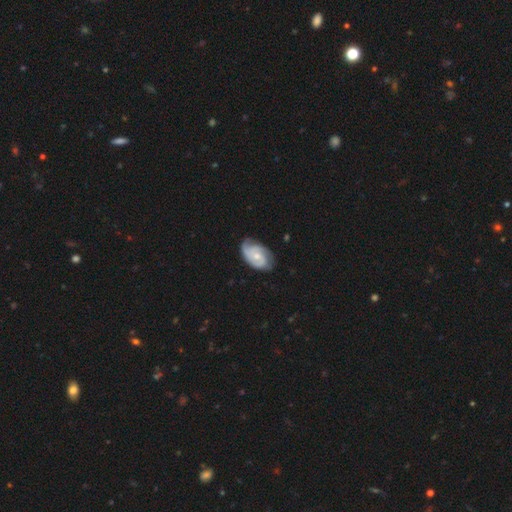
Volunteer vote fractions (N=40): Morphology: type=featured or disk (78%); edge-on=no (94%); bar=no (69%); spiral arms=yes (97%); winding=medium (50%); arm count=2 (36%); bulge=small (59%); merging=none (55%).